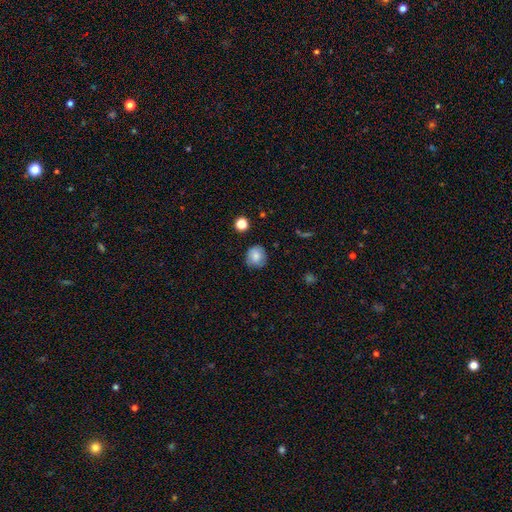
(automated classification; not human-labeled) A smooth galaxy with no disk features (77%) that is round (86%). Merging: none (77%).